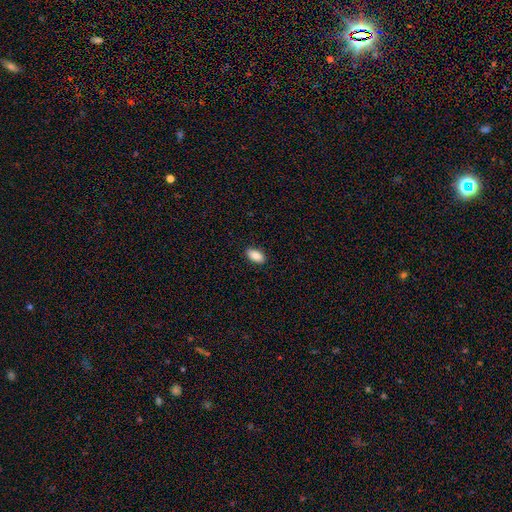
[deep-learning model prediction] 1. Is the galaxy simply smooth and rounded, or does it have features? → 88% smooth, 7% star or artifact, 5% featured or disk.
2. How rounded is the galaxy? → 94% in between, 3% round, 3% cigar-shaped.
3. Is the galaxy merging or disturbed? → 89% none, 8% minor disturbance, 2% major disturbance, 1% merger.